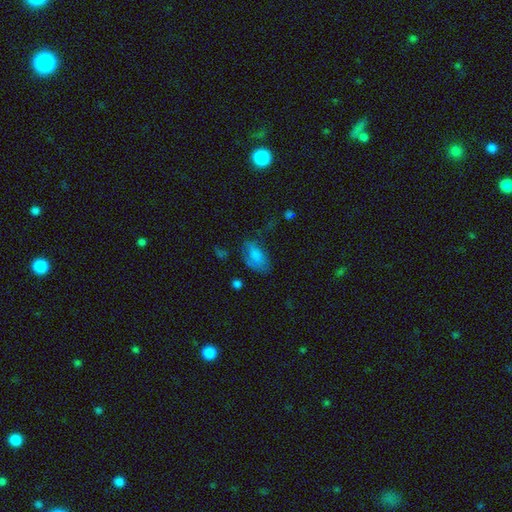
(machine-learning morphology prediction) Overall: smooth (74%). How rounded: in between (91%). Merging: none (50%; minor disturbance 29%).